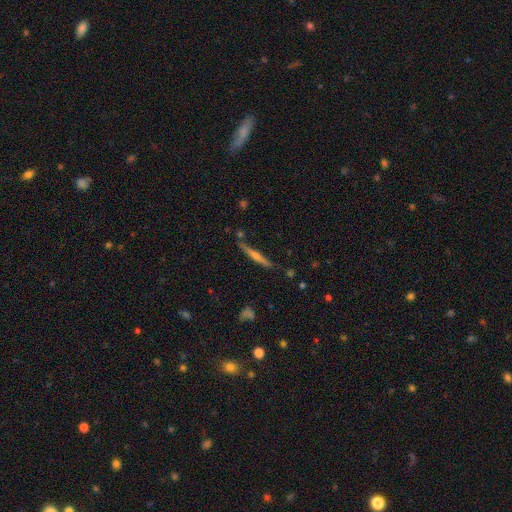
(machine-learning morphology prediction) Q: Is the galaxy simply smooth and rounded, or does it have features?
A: featured or disk — 72%.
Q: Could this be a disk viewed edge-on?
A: yes — 97%.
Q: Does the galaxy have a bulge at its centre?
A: rounded — 81%.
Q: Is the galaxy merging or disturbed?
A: none — 85%.